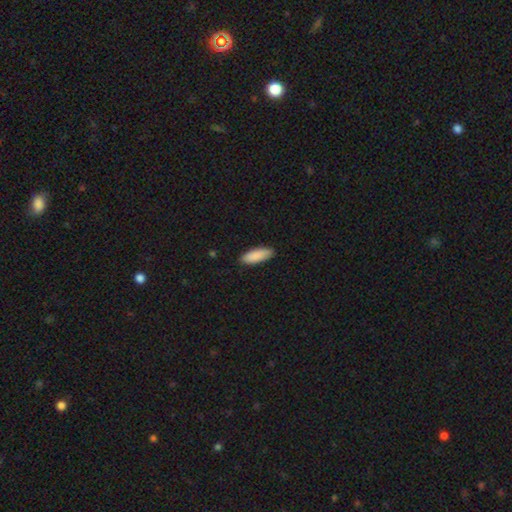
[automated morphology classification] Smooth or featured?
  - smooth: 90% *
  - star or artifact: 5%
  - featured or disk: 5%
How rounded?
  - in between: 65% *
  - cigar-shaped: 33%
  - round: 2%
Merging?
  - none: 88% *
  - minor disturbance: 9%
  - major disturbance: 2%
  - merger: 1%